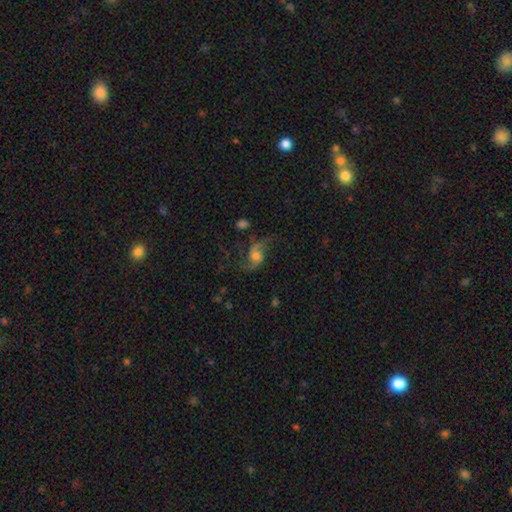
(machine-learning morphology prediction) This is likely a featured or disk galaxy (71%). It is clearly not viewed edge-on (96%). Bar: likely no (60%). Spiral arm pattern: clearly yes (91%). Spiral arm count: clearly 2 (89%). Spiral winding: likely loose (77%). Central bulge: possibly moderate (50%). Merging: possibly none (56%).